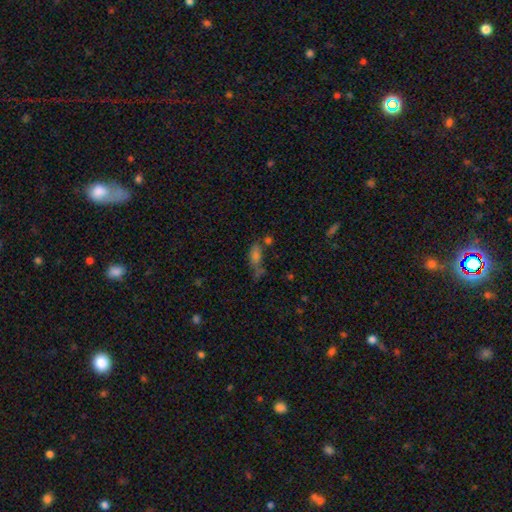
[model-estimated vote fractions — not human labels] Smooth or featured: smooth — 56% (star or artifact — 25%)
How rounded: in between — 63% (cigar-shaped — 30%)
Merging: none — 47% (minor disturbance — 20%)